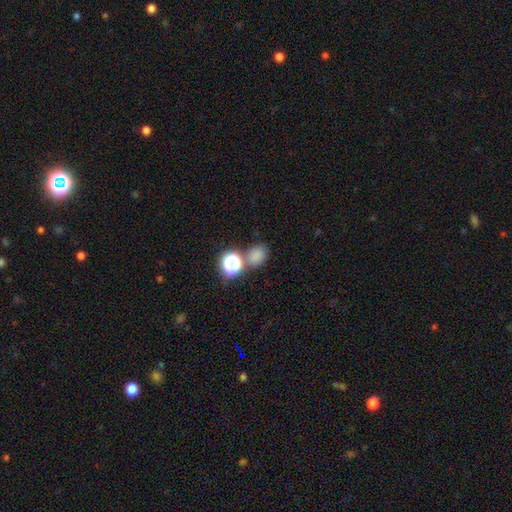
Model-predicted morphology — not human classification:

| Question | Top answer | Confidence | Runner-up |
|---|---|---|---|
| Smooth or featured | smooth | 73% | star or artifact (20%) |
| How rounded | round | 52% | in between (47%) |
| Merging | none | 63% | merger (19%) |